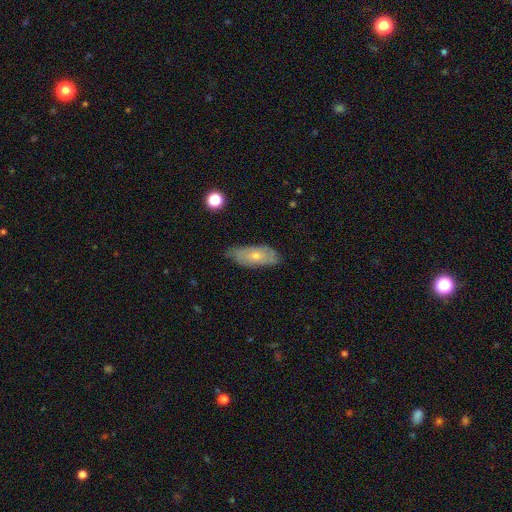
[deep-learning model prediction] A smooth galaxy with no disk features (51%) that is in between round and cigar-shaped (76%). Merging: none (72%).